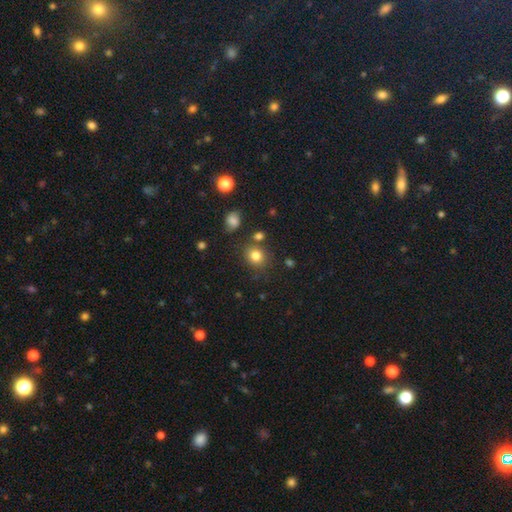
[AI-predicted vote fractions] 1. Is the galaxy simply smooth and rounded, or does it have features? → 81% smooth, 12% star or artifact, 7% featured or disk.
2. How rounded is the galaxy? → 77% round, 22% in between, 1% cigar-shaped.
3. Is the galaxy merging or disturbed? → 78% none, 11% minor disturbance, 7% merger, 4% major disturbance.